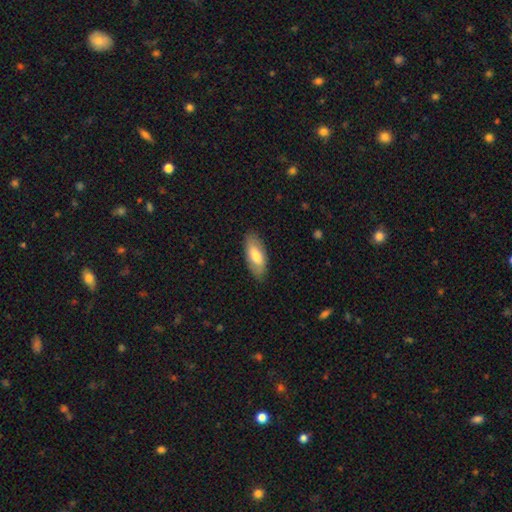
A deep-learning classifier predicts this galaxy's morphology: smooth 73%, featured or disk 21%, star or artifact 5%. Down the decision tree: how rounded — in between (84%); merging — none (84%).